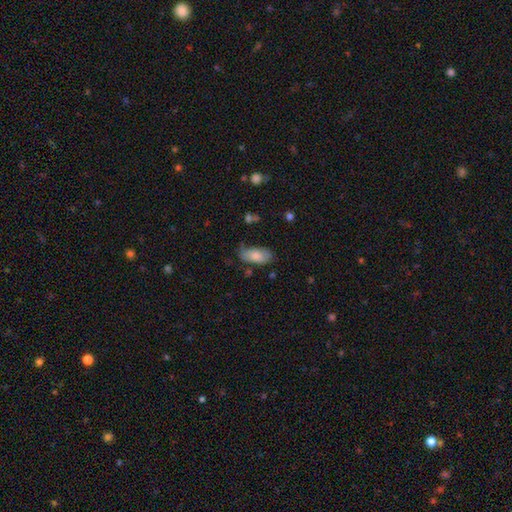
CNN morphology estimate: Smooth or featured: smooth — 77% (featured or disk — 16%)
How rounded: in between — 90% (cigar-shaped — 7%)
Merging: none — 61% (minor disturbance — 28%)